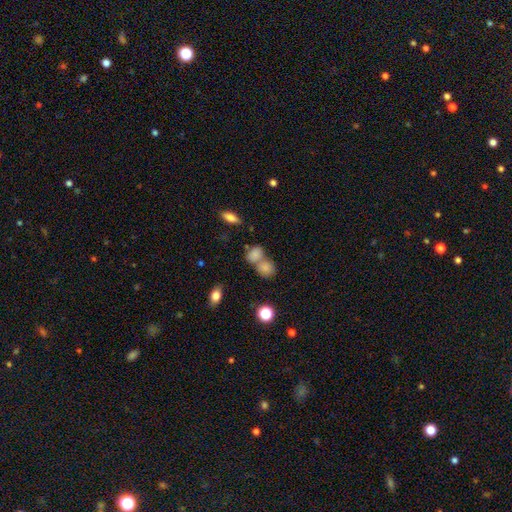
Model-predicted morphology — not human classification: smooth-or-featured: smooth: 79% | star or artifact: 12% | featured or disk: 9%
  how-rounded: in between: 52% | round: 46% | cigar-shaped: 2%
  merging: merger: 48% | none: 38% | minor disturbance: 10% | major disturbance: 4%